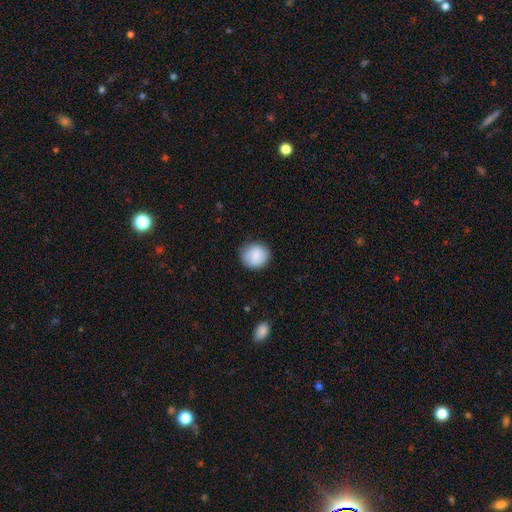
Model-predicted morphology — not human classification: Smooth or featured: smooth — 84% (featured or disk — 9%)
How rounded: round — 88% (in between — 11%)
Merging: none — 85% (minor disturbance — 11%)